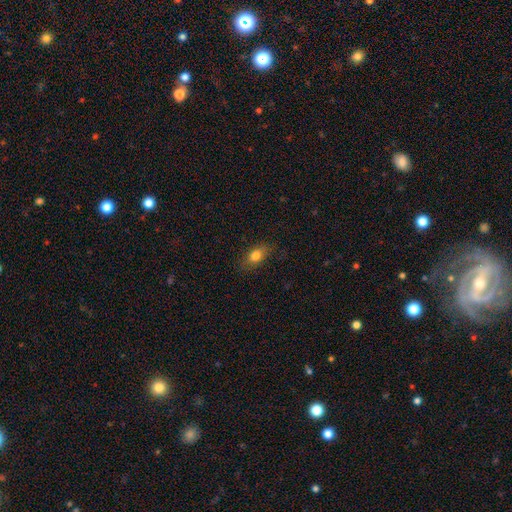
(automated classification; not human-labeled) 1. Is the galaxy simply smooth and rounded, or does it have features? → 77% smooth, 14% featured or disk, 9% star or artifact.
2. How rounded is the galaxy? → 78% in between, 13% round, 9% cigar-shaped.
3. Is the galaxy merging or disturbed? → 80% none, 15% minor disturbance, 4% major disturbance, 1% merger.